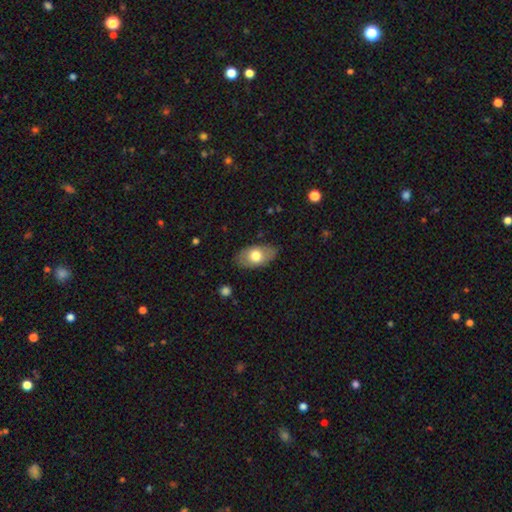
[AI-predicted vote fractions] Smooth or featured? Predicted: smooth (p=0.64). How rounded? Predicted: in between (p=0.91). Merging? Predicted: none (p=0.81).